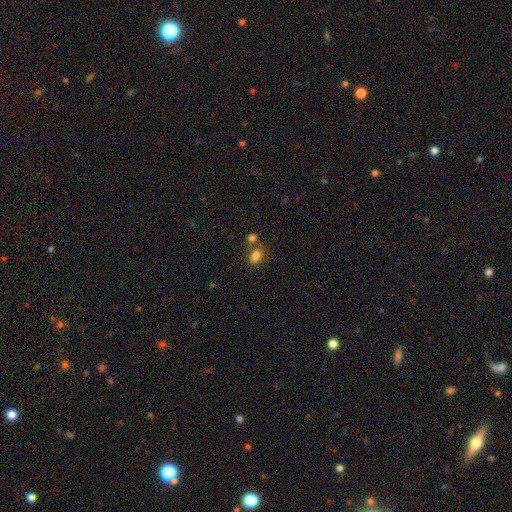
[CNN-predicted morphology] The model was most divided on "merging": none: 54%, merger: 30%, minor disturbance: 12%, major disturbance: 4%. More confident: smooth or featured — smooth (81%); how rounded — in between (75%).